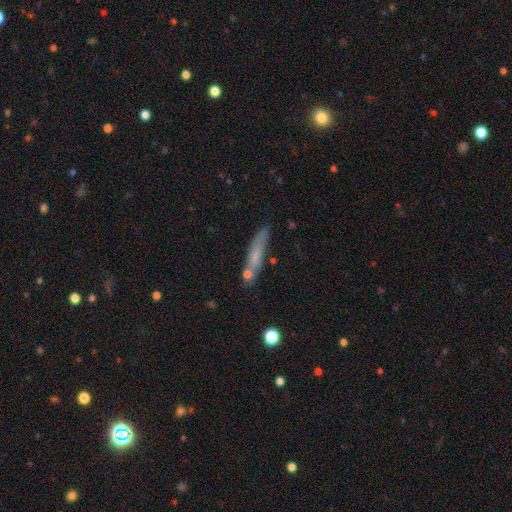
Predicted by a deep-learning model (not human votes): A smooth galaxy with no disk features (63%) that is cigar-shaped (86%). Merging: none (65%).